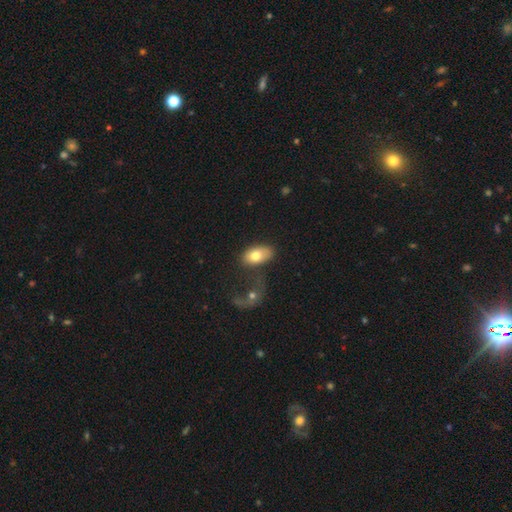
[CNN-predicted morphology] This appears to be a smooth galaxy with no disk features (74%) that is in between round and cigar-shaped (90%). Merging: none (48%).